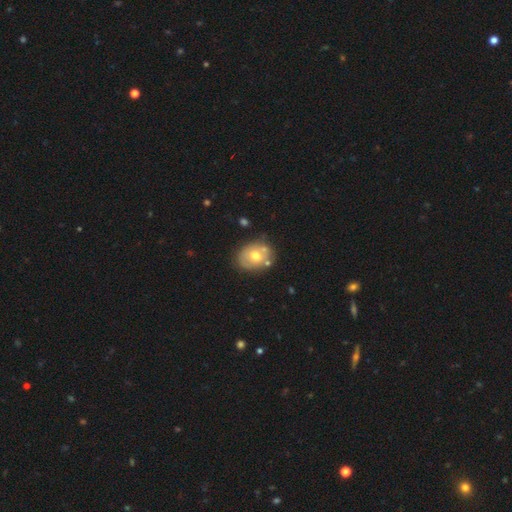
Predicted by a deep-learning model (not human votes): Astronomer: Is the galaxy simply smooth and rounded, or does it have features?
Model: smooth — 54% (runner-up: featured or disk, 39%).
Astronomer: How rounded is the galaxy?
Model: round — 54% (runner-up: in between, 45%).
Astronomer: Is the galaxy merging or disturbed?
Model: none — 63%.